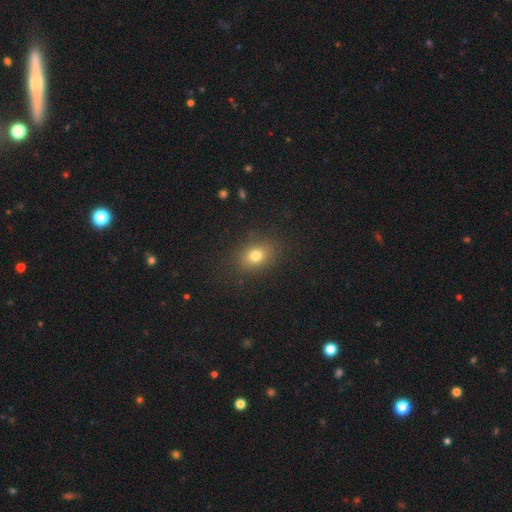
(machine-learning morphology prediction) smooth_or_featured: smooth (p=0.77) [alt: star or artifact p=0.12]
how_rounded: in between (p=0.69) [alt: round p=0.29]
merging: none (p=0.85) [alt: minor disturbance p=0.10]